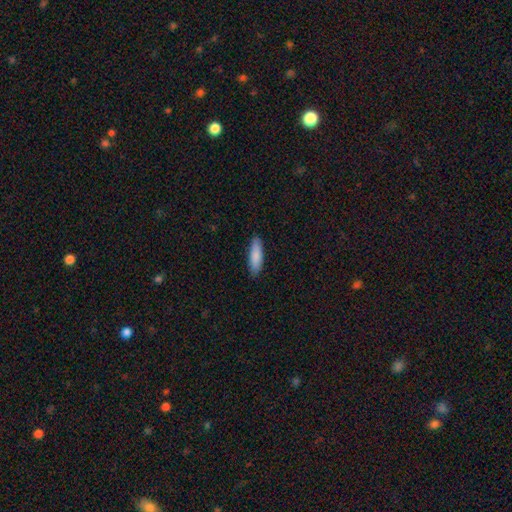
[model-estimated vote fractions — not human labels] This appears to be a smooth galaxy with no disk features (86%) that is cigar-shaped (58%). Merging: none (87%).